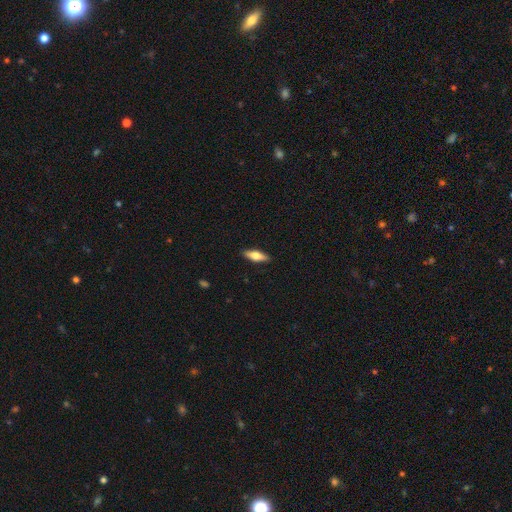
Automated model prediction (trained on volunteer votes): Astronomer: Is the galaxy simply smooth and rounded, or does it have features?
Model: smooth — 57% (runner-up: featured or disk, 37%).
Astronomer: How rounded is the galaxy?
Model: in between — 51% (runner-up: cigar-shaped, 47%).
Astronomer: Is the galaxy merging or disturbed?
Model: none — 90%.